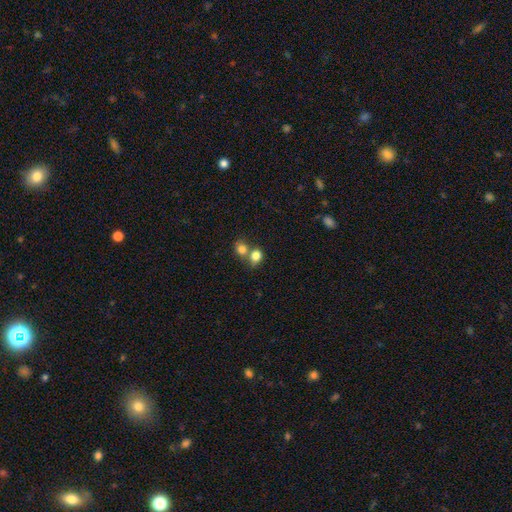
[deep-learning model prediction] smooth_or_featured: smooth (p=0.81) [alt: star or artifact p=0.11]
how_rounded: round (p=0.61) [alt: in between p=0.38]
merging: merger (p=0.54) [alt: none p=0.35]